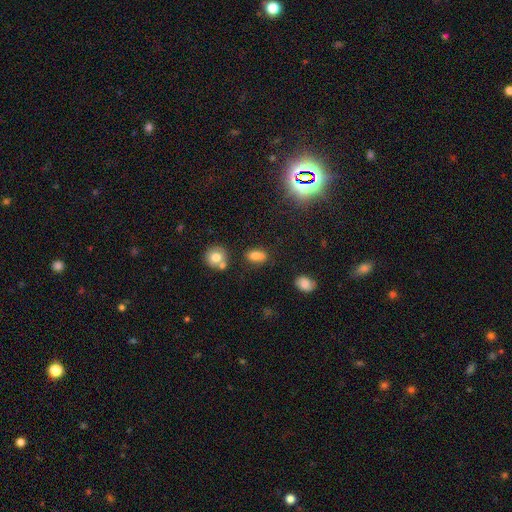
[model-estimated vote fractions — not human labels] A smooth galaxy with no disk features (76%) that is in between round and cigar-shaped (80%).

Vote fractions:
- Smooth or featured? smooth: 76% / star or artifact: 14% / featured or disk: 11%
- How rounded? in between: 80% / round: 17% / cigar-shaped: 4%
- Merging? none: 64% / minor disturbance: 16% / merger: 16% / major disturbance: 5%